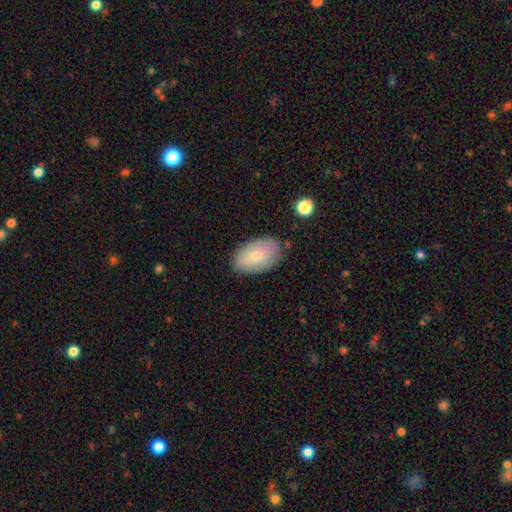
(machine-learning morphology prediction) smooth 77%, featured or disk 17%, star or artifact 6%. Down the decision tree: how rounded — in between (94%); merging — none (81%).